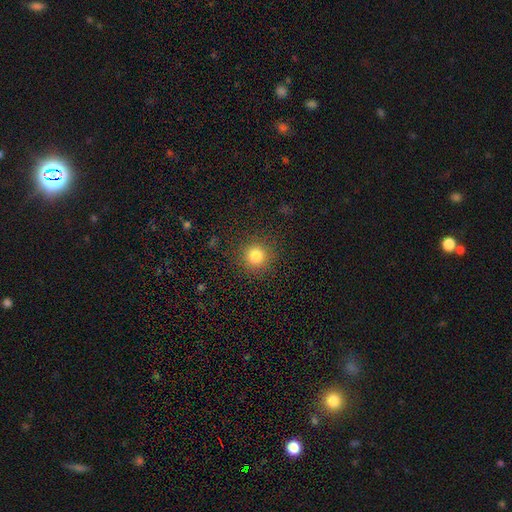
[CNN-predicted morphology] type=smooth (82%); roundness=round (94%); merging=none (90%).